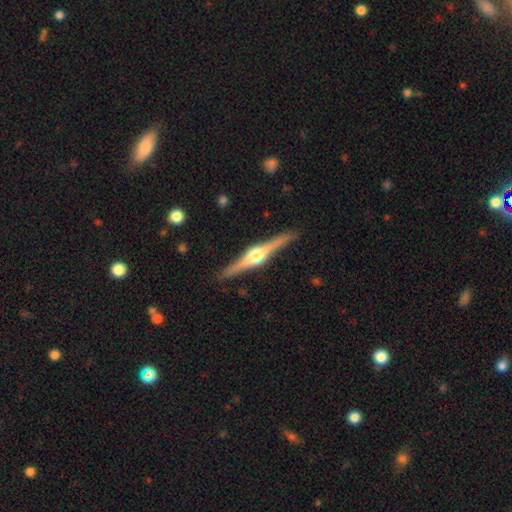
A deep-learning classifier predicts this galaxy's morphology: Q: Smooth or featured?
A: featured or disk (83%); runner-up: smooth (12%)
Q: Edge-on disk?
A: yes (98%); runner-up: no (2%)
Q: Edge-on bulge?
A: rounded (94%); runner-up: boxy (4%)
Q: Merging?
A: none (91%); runner-up: minor disturbance (7%)